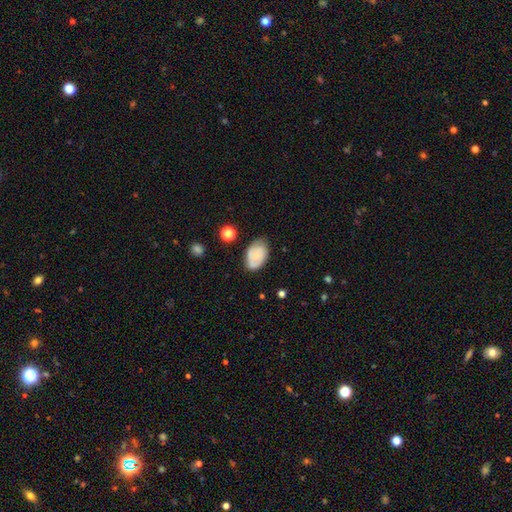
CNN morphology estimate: Smooth or featured: smooth — 60% (featured or disk — 32%)
How rounded: in between — 89% (round — 10%)
Merging: none — 64% (minor disturbance — 27%)